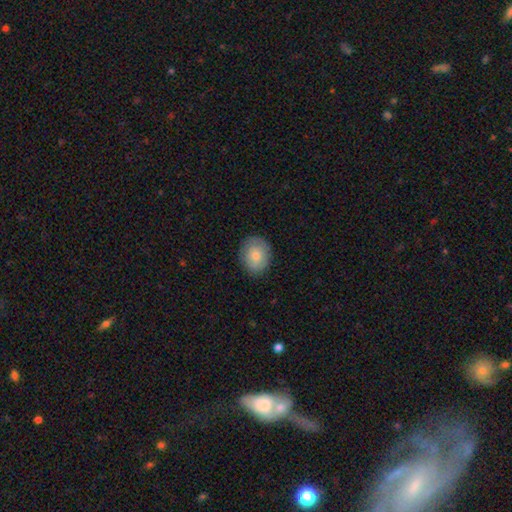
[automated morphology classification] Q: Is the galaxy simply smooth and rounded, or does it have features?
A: smooth — 70%.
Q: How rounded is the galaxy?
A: round — 52%.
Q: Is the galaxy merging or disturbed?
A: none — 84%.